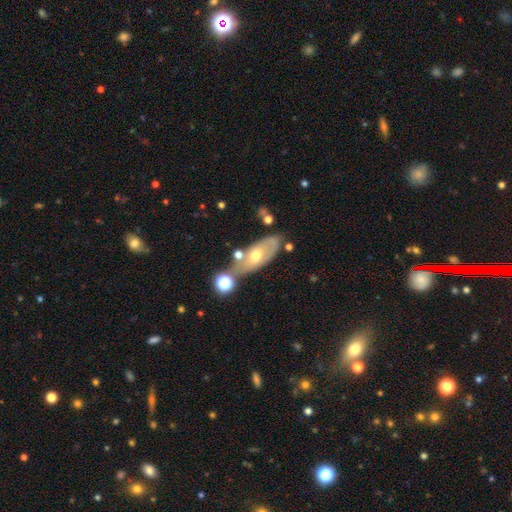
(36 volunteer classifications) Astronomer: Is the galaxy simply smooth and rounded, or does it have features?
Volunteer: featured or disk — 58% (runner-up: smooth, 42%).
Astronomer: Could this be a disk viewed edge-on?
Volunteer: no — 67%.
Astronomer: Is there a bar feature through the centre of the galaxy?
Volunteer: no — 71%.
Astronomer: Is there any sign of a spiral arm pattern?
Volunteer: yes — 50%, tied with no at 50%.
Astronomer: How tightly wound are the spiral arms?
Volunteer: tight — 86%.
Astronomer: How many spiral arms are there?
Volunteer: can't tell — 86%.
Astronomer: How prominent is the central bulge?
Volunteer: moderate — 79%.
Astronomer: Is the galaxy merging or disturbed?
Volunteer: none — 64%.